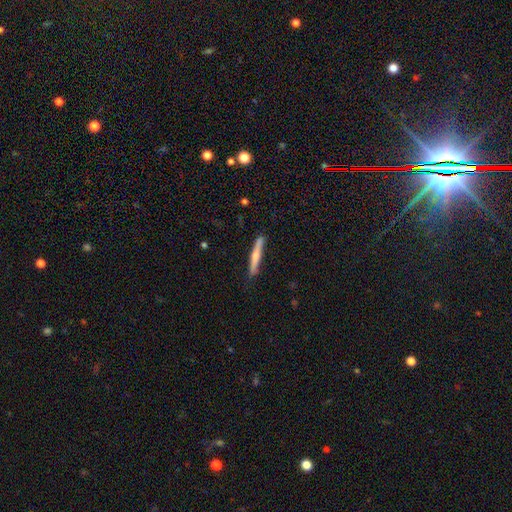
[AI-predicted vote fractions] Morphology: type=smooth (54%); roundness=cigar-shaped (95%); merging=none (86%).